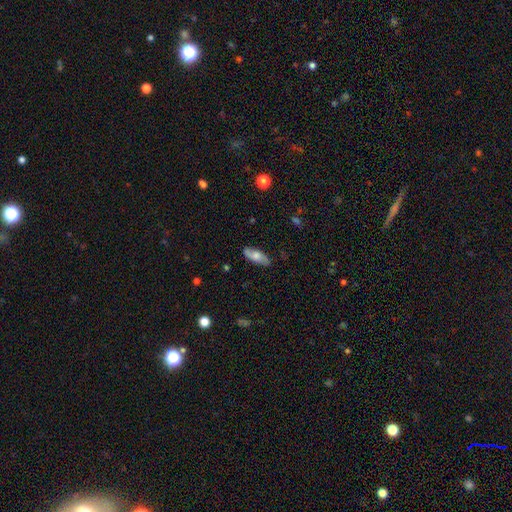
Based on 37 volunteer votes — Volunteers were most divided on "bulge size": moderate: 53%, large: 47%, dominant: 0%, small: 0%, none: 0%. More confident: merging — none (89%); spiral arm count — 2 (83%); spiral arms — yes (80%); edge-on disk — no (75%); bar — no (60%); smooth or featured — featured or disk (54%); spiral winding — medium (50%).